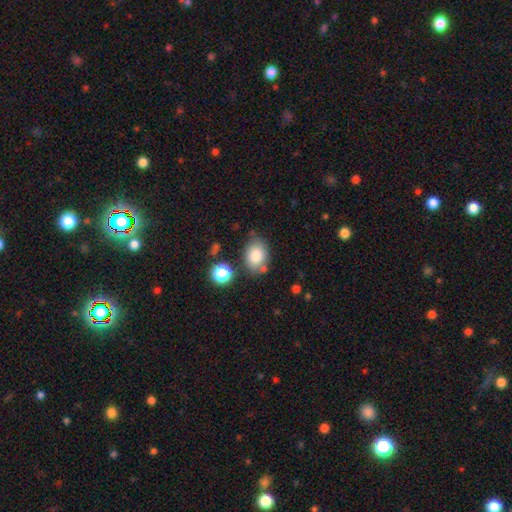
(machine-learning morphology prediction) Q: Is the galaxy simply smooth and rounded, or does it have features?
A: smooth — 82%.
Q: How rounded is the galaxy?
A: in between — 72%.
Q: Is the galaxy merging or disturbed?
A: none — 70%.